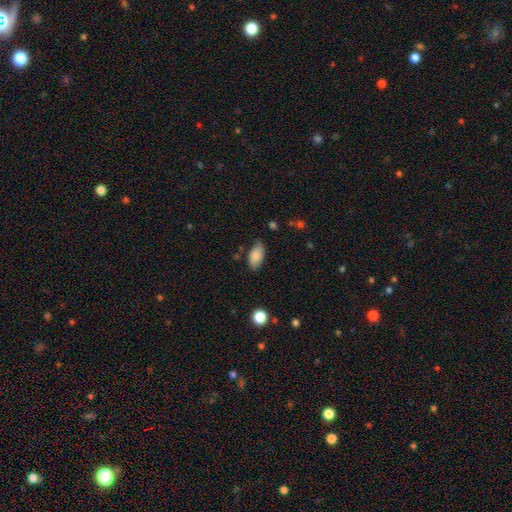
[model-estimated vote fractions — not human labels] Q: Smooth or featured?
A: smooth (84%); runner-up: featured or disk (9%)
Q: How rounded?
A: in between (93%); runner-up: cigar-shaped (4%)
Q: Merging?
A: none (70%); runner-up: minor disturbance (24%)